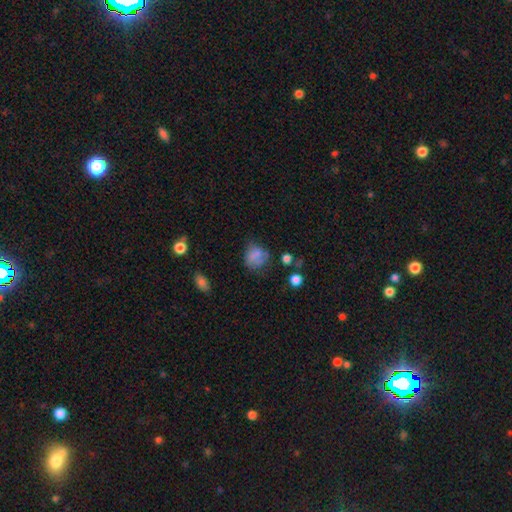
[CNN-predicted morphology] smooth 70%, featured or disk 18%, star or artifact 13%. Down the decision tree: how rounded — round (61%); merging — none (47%).